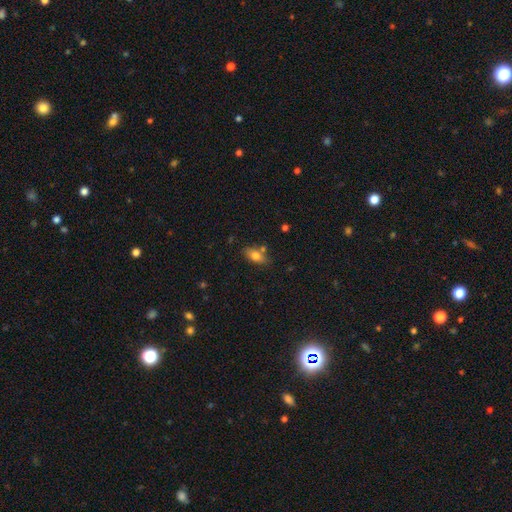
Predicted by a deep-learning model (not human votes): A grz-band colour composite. It shows a smooth galaxy with no disk features (76%) that is in between round and cigar-shaped (86%). Merging: none (70%).